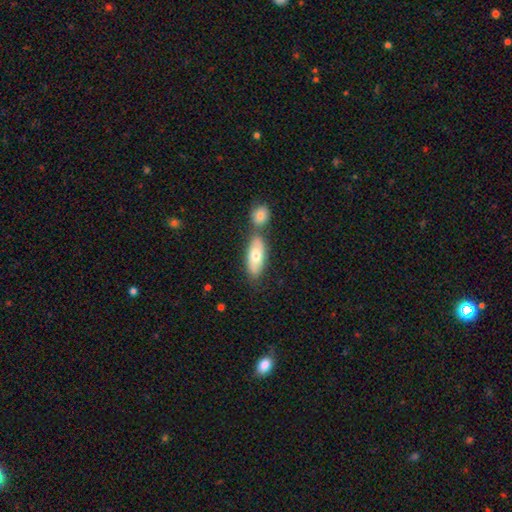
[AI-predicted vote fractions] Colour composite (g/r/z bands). It shows a smooth galaxy with no disk features (70%) that is in between round and cigar-shaped (78%). Merging: none (57%).